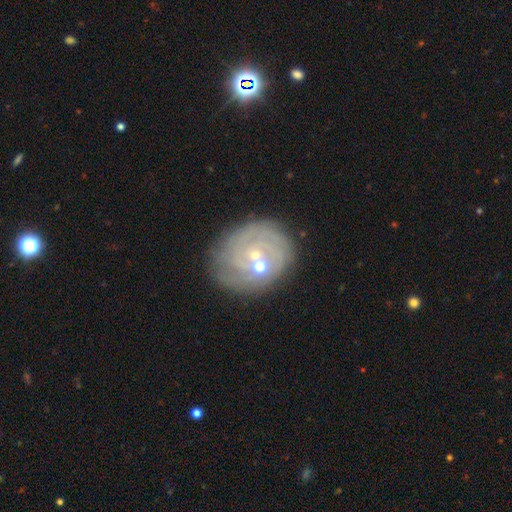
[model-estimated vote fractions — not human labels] featured or disk 74%, smooth 16%, star or artifact 10%. Down the decision tree: edge-on disk — no (97%); bar — no (65%); spiral arms — yes (88%); spiral arm count — can't tell (40%); spiral winding — tight (74%); bulge size — small (65%); merging — none (72%).